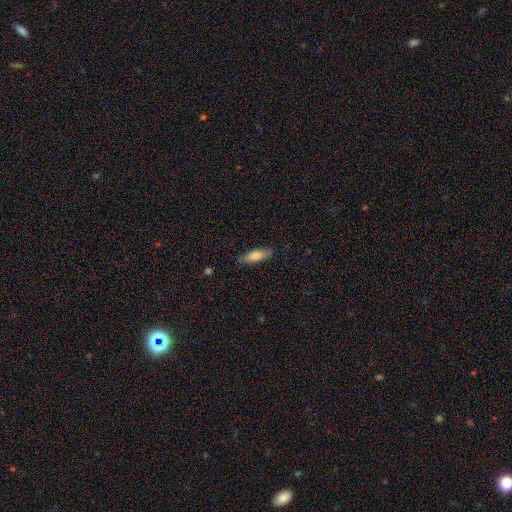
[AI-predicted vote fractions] This is likely a smooth galaxy (77%). How rounded: possibly in between (50%). Merging: clearly none (85%).